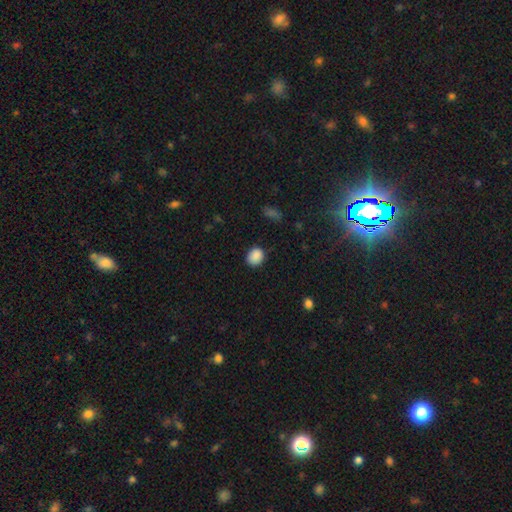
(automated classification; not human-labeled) This is clearly a smooth galaxy (88%). How rounded: possibly round (58%). Merging: clearly none (81%).